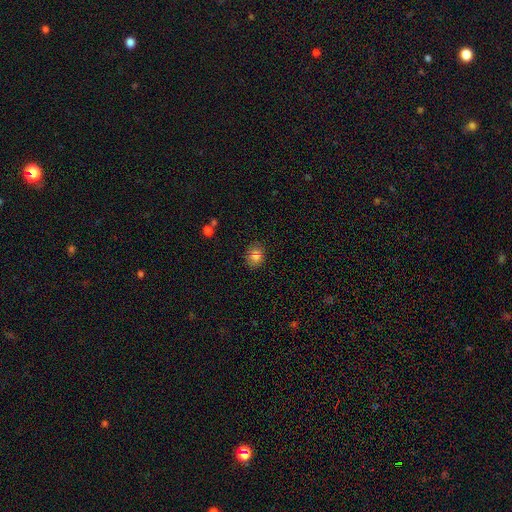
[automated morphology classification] The model was most divided on "how rounded": round: 59%, in between: 40%, cigar-shaped: 1%. More confident: merging — none (81%); smooth or featured — smooth (79%).